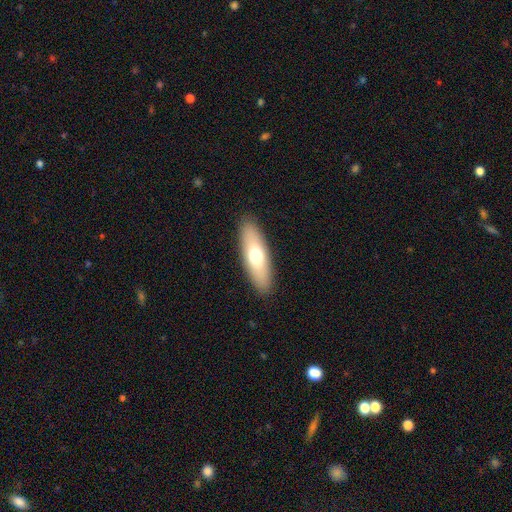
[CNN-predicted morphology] smooth_or_featured: smooth (p=0.64) [alt: featured or disk p=0.29]
how_rounded: in between (p=0.58) [alt: cigar-shaped p=0.40]
merging: none (p=0.89) [alt: minor disturbance p=0.08]